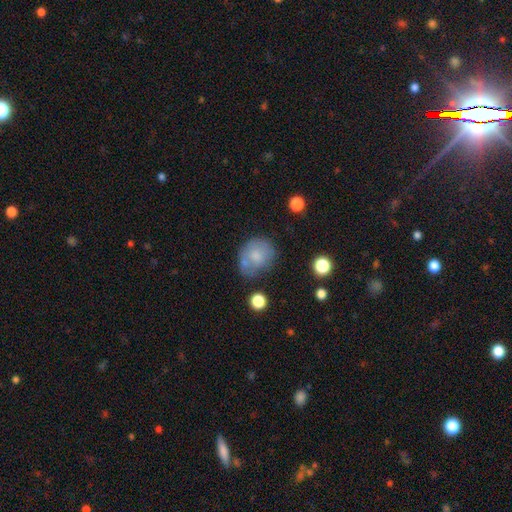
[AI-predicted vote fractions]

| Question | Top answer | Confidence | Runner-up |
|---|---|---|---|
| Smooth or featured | smooth | 70% | featured or disk (20%) |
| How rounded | round | 62% | in between (37%) |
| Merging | none | 47% | minor disturbance (25%) |